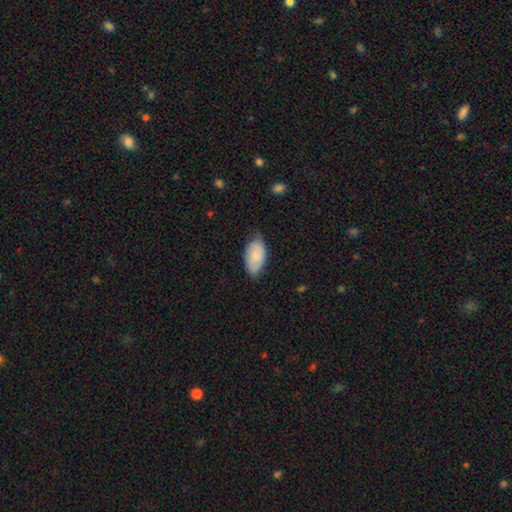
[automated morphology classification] Overall: smooth (72%). How rounded: in between (94%). Merging: none (62%; minor disturbance 31%).